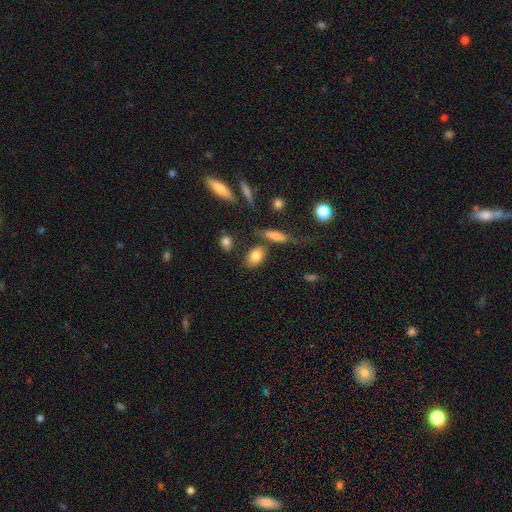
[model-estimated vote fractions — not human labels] Overall: smooth (82%). How rounded: in between (80%). Merging: none (69%).